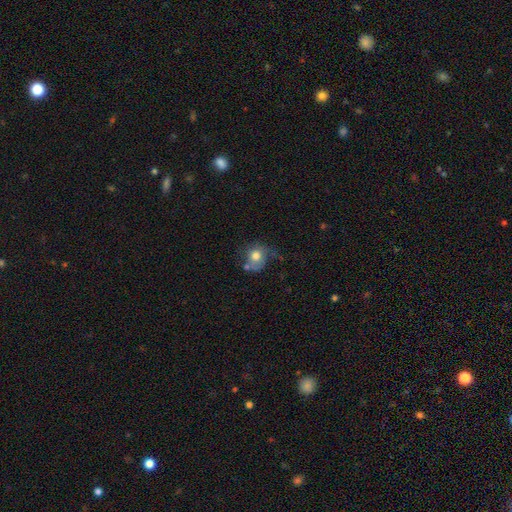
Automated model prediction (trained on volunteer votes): This is likely a smooth galaxy (72%). How rounded: likely round (76%). Merging: possibly none (48%).